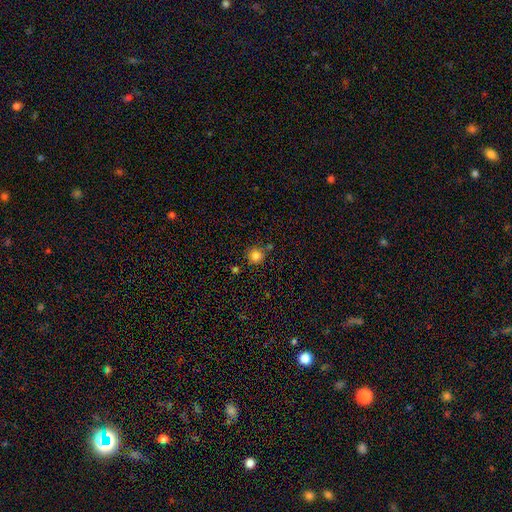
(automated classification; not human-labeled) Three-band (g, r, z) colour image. It shows a smooth galaxy with no disk features (84%) that is round (93%). Merging: none (78%).